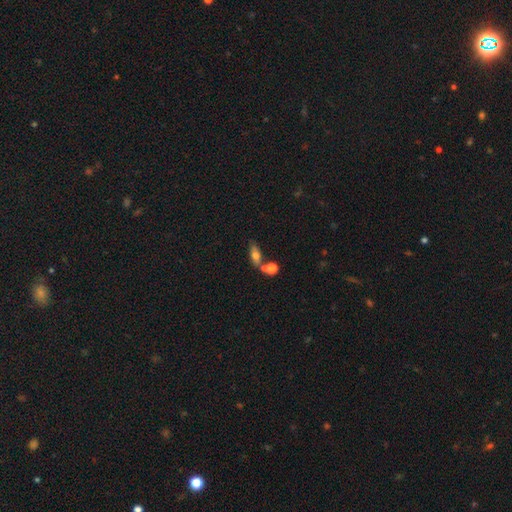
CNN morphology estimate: This is likely a smooth galaxy (64%). How rounded: likely in between (69%). Merging: possibly none (48%).